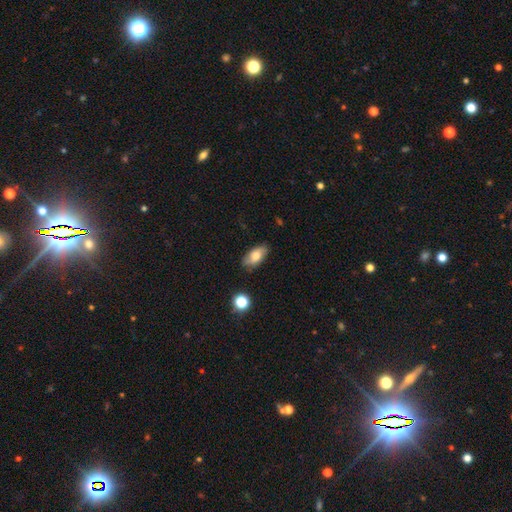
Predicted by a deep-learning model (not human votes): Smooth or featured? smooth (69%)
How rounded? in between (90%)
Merging? none (78%)